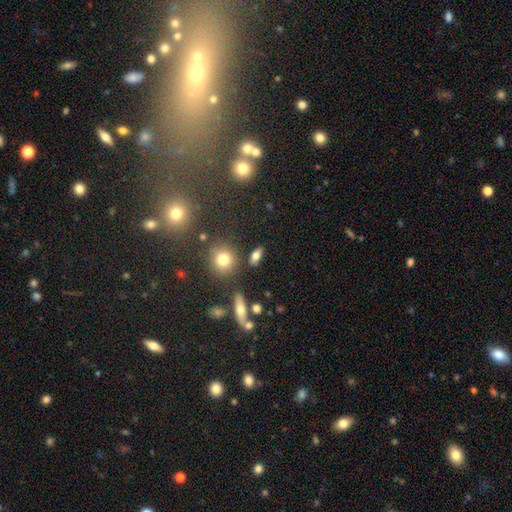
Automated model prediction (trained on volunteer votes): A smooth galaxy with no disk features (72%) that is in between round and cigar-shaped (73%). Merging: none (80%).